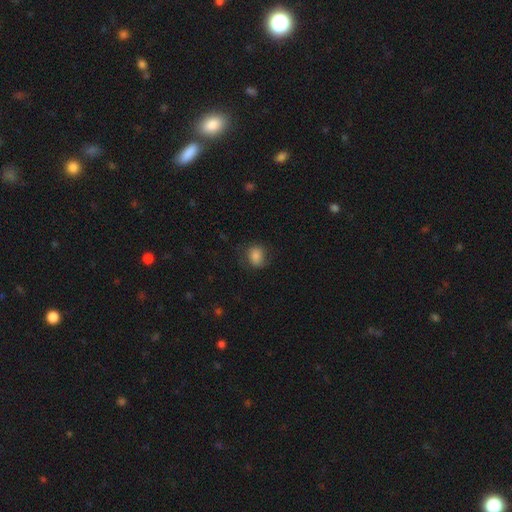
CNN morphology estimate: Smooth or featured? smooth (80%)
How rounded? round (58%)
Merging? none (70%)